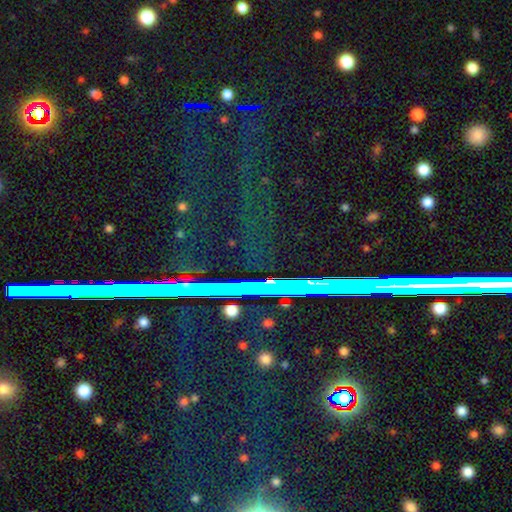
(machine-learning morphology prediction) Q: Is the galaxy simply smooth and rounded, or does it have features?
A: star or artifact — 80%.